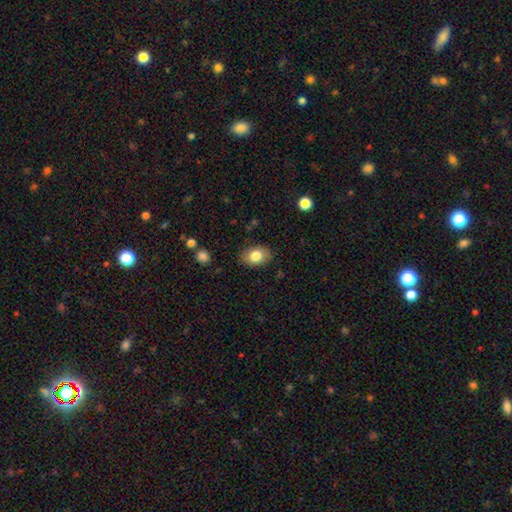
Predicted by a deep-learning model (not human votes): A smooth galaxy with no disk features (81%) that is in between round and cigar-shaped (74%).

Vote fractions:
- Smooth or featured? smooth: 81% / featured or disk: 11% / star or artifact: 8%
- How rounded? in between: 74% / round: 25% / cigar-shaped: 1%
- Merging? none: 84% / minor disturbance: 12% / major disturbance: 3% / merger: 1%